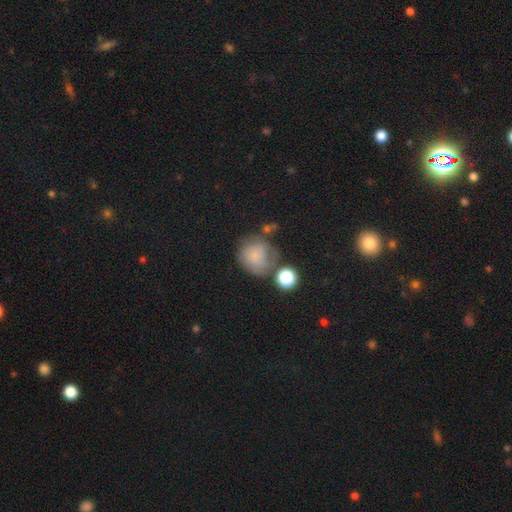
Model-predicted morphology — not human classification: Smooth or featured: smooth — 68% (featured or disk — 21%)
How rounded: round — 84% (in between — 15%)
Merging: none — 49% (minor disturbance — 24%)